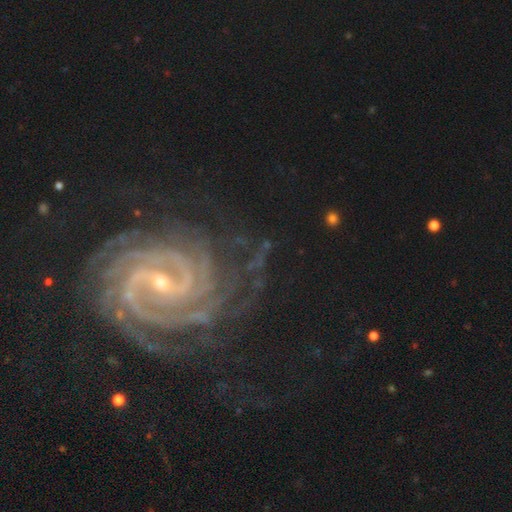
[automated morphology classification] Overall: featured or disk (91%). Edge-on disk: no (98%). Bar: weak (40%; strong 35%). Spiral arms: yes (99%). Spiral arm count: 2 (24%; more than 4 18%). Spiral winding: tight (79%). Bulge size: small (74%). Merging: none (76%).